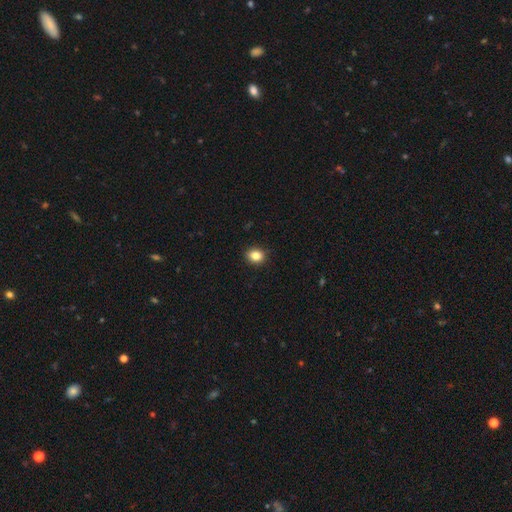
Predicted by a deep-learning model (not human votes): Morphology: type=smooth (84%); roundness=round (58%); merging=none (90%).